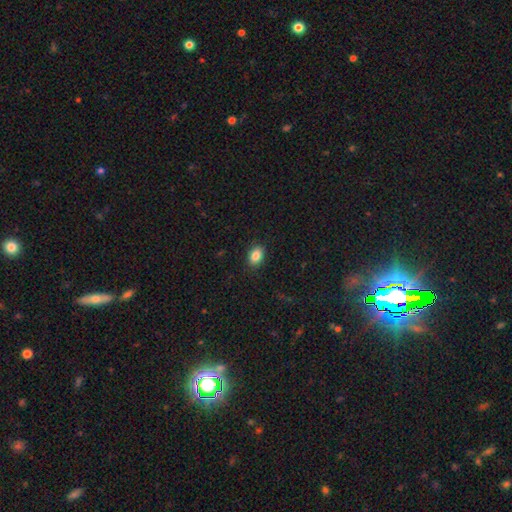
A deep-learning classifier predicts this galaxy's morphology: Smooth or featured? Predicted: smooth (p=0.85). How rounded? Predicted: in between (p=0.80). Merging? Predicted: none (p=0.89).